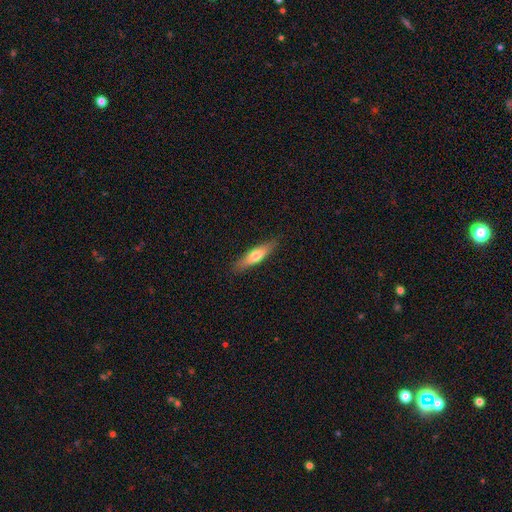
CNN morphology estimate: Smooth or featured: smooth — 61% (featured or disk — 33%)
How rounded: cigar-shaped — 75% (in between — 23%)
Merging: none — 87% (minor disturbance — 10%)